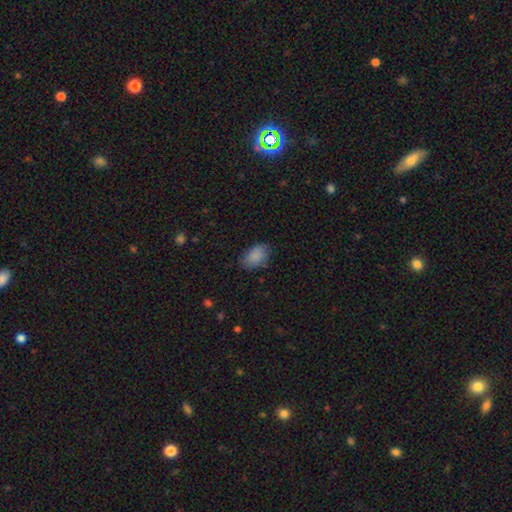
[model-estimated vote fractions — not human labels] Smooth or featured: smooth — 87% (star or artifact — 8%)
How rounded: in between — 87% (round — 12%)
Merging: none — 76% (minor disturbance — 18%)